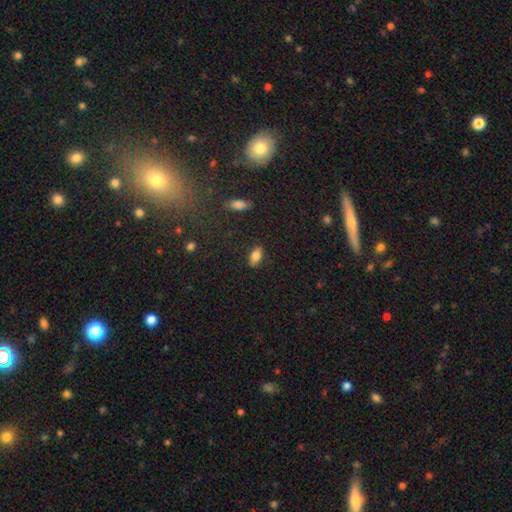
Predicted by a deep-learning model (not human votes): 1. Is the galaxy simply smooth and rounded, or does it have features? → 81% smooth, 10% featured or disk, 9% star or artifact.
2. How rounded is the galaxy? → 89% in between, 7% cigar-shaped, 5% round.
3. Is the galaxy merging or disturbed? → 86% none, 10% minor disturbance, 2% major disturbance, 1% merger.